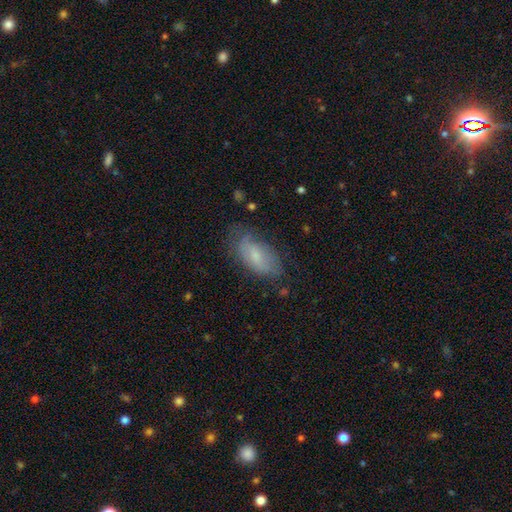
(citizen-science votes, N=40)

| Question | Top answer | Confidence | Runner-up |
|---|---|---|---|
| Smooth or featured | smooth | 65% | featured or disk (30%) |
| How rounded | in between | 100% | — |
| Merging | none | 63% | minor disturbance (29%) |